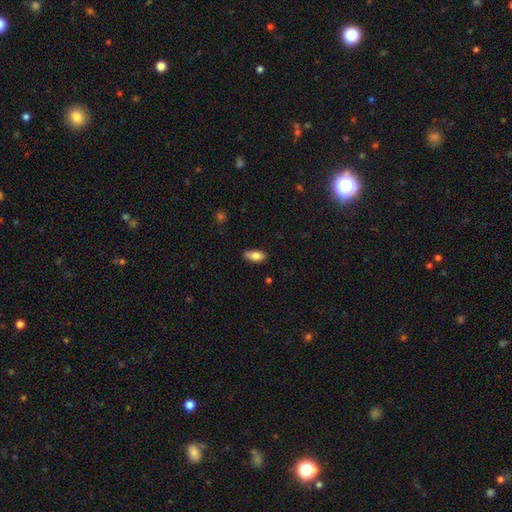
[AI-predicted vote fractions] Smooth or featured?
  - smooth: 82% *
  - featured or disk: 11%
  - star or artifact: 7%
How rounded?
  - in between: 87% *
  - cigar-shaped: 10%
  - round: 3%
Merging?
  - none: 75% *
  - minor disturbance: 20%
  - major disturbance: 3%
  - merger: 2%